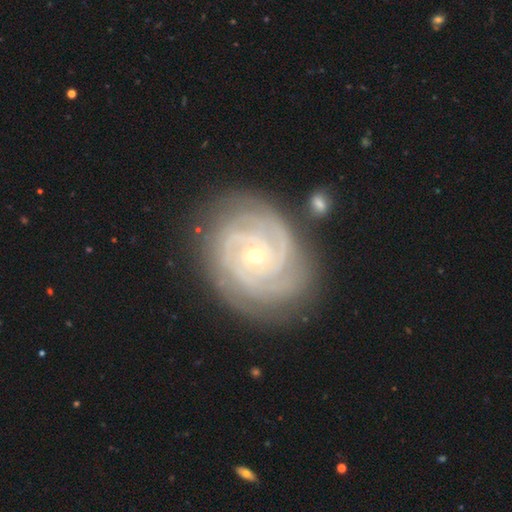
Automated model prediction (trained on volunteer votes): Smooth or featured? Predicted: featured or disk (p=0.91). Edge-on disk? Predicted: no (p=0.98). Bar? Predicted: no (p=0.69). Spiral arms? Predicted: yes (p=0.98). Spiral winding? Predicted: tight (p=0.80). Spiral arm count? Predicted: 3 (p=0.33). Bulge size? Predicted: small (p=0.75). Merging? Predicted: none (p=0.80).